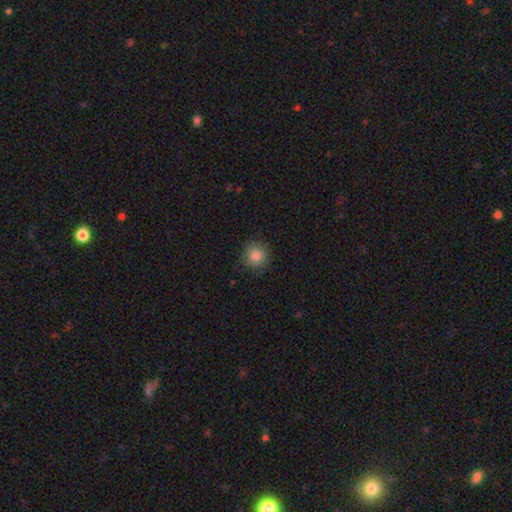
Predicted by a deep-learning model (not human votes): Overall: smooth (83%). How rounded: round (92%). Merging: none (86%).